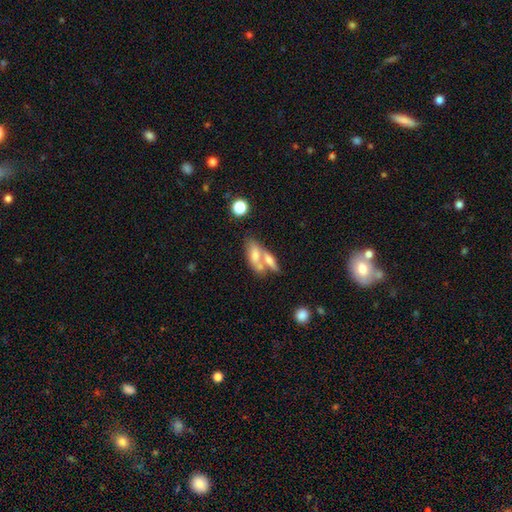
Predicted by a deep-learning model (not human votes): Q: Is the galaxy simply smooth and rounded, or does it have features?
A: smooth — 55%.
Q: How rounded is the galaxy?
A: in between — 68%.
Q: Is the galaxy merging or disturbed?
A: merger — 57%.